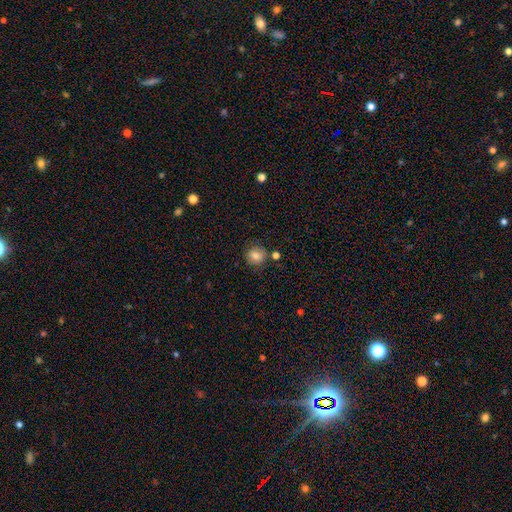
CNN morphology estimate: This appears to be a smooth galaxy with no disk features (82%) that is round (88%). Merging: none (81%).